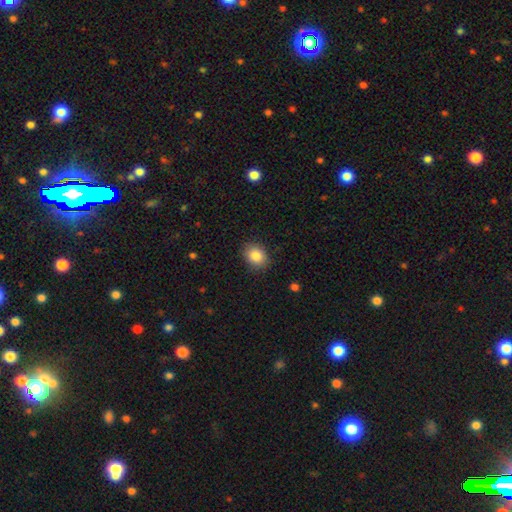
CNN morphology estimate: Smooth or featured?
  - smooth: 87% *
  - star or artifact: 8%
  - featured or disk: 5%
How rounded?
  - in between: 59% *
  - round: 40%
  - cigar-shaped: 1%
Merging?
  - none: 87% *
  - minor disturbance: 10%
  - major disturbance: 3%
  - merger: 1%